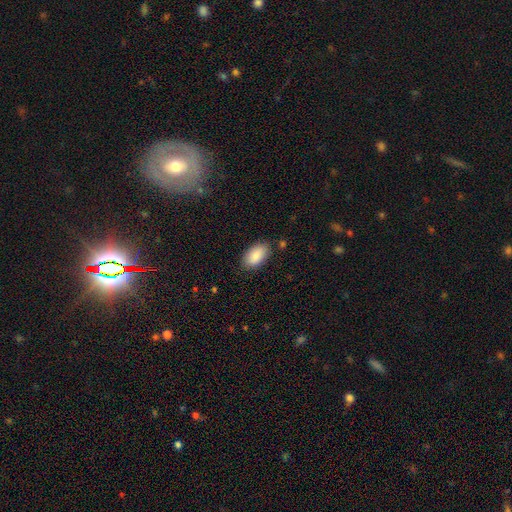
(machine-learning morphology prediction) This appears to be a smooth galaxy with no disk features (87%) that is in between round and cigar-shaped (94%). Merging: none (83%).